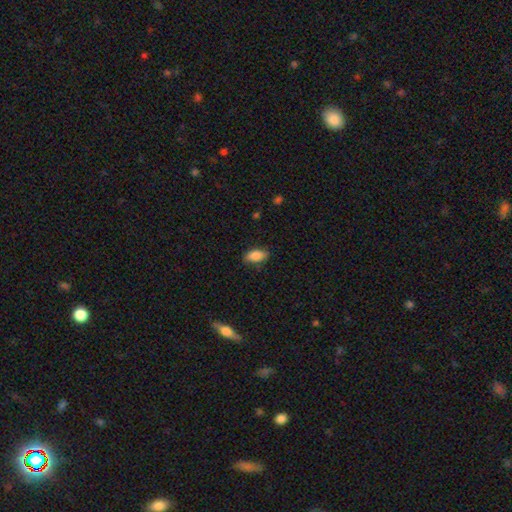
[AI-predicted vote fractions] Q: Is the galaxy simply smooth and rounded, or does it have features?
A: smooth — 86%.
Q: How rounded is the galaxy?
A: in between — 90%.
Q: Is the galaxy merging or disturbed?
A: none — 84%.